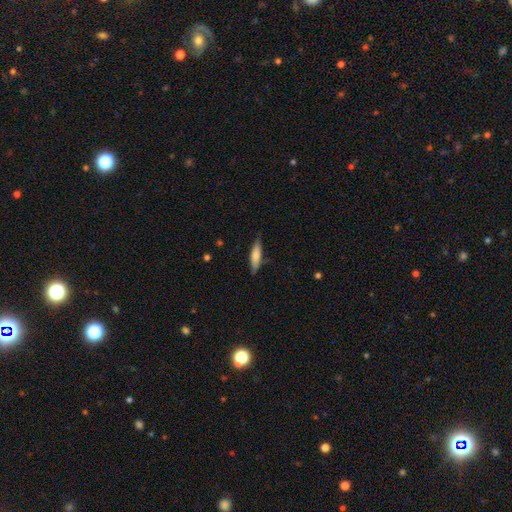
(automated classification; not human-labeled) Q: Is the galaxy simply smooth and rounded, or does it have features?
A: smooth — 67%.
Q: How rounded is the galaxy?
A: cigar-shaped — 76%.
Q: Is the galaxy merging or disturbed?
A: none — 81%.